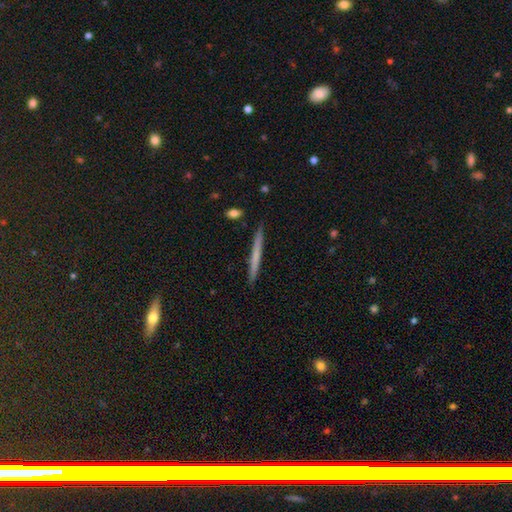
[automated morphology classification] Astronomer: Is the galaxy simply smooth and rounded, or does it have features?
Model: smooth — 54% (runner-up: featured or disk, 40%).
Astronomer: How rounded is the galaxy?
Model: cigar-shaped — 97%.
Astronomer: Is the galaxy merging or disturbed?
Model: none — 91%.